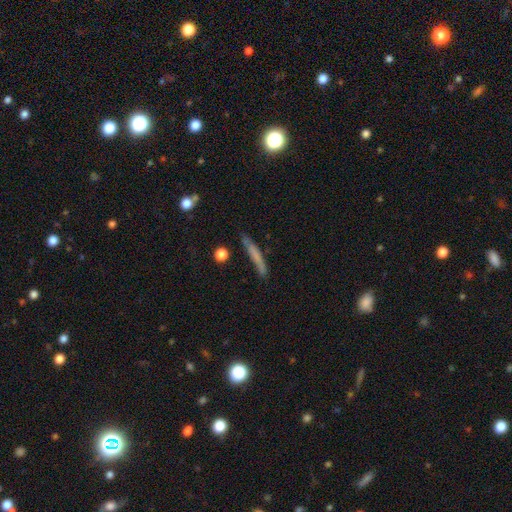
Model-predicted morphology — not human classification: Q: Smooth or featured?
A: smooth (65%); runner-up: featured or disk (27%)
Q: How rounded?
A: cigar-shaped (94%); runner-up: in between (4%)
Q: Merging?
A: none (76%); runner-up: minor disturbance (17%)